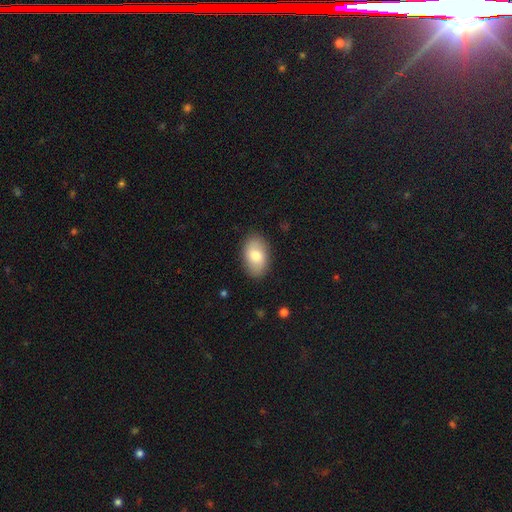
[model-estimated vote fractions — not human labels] A smooth galaxy with no disk features (75%) that is in between round and cigar-shaped (91%). Merging: none (87%).